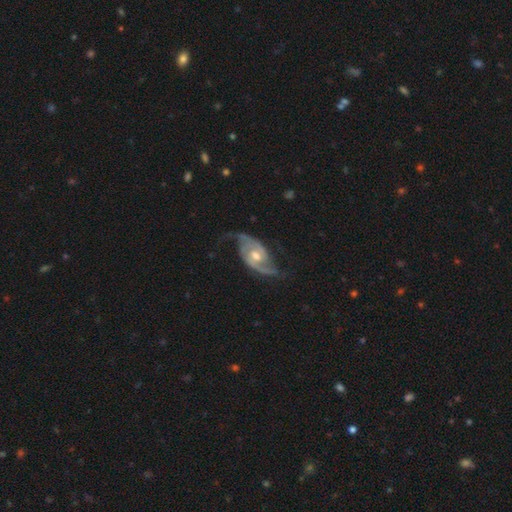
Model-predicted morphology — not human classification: Smooth or featured? Predicted: featured or disk (p=0.89). Edge-on disk? Predicted: no (p=0.96). Bar? Predicted: no (p=0.52). Spiral arms? Predicted: yes (p=0.96). Spiral winding? Predicted: loose (p=0.43). Spiral arm count? Predicted: 2 (p=0.91). Bulge size? Predicted: moderate (p=0.72). Merging? Predicted: none (p=0.69).